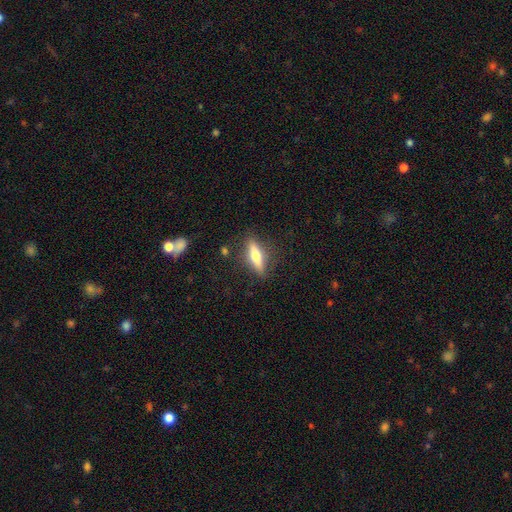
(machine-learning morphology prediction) Smooth or featured: smooth — 49% (featured or disk — 44%)
Merging: none — 84% (minor disturbance — 11%)